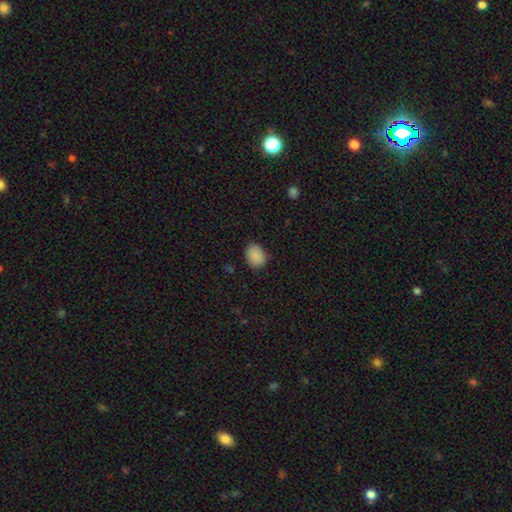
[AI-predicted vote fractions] smooth_or_featured: smooth (p=0.88) [alt: star or artifact p=0.09]
how_rounded: in between (p=0.60) [alt: round p=0.39]
merging: none (p=0.83) [alt: minor disturbance p=0.13]